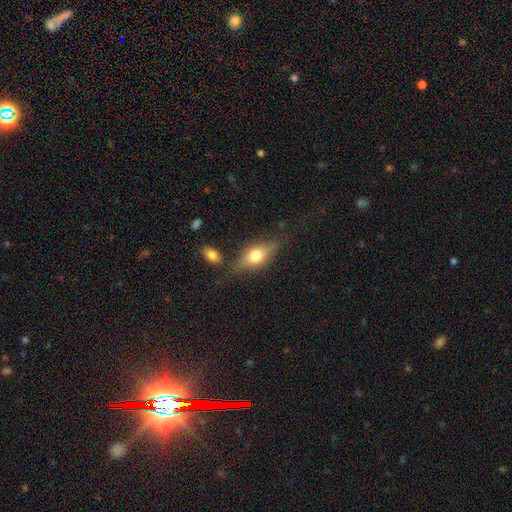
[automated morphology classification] Smooth or featured? smooth (55%)
How rounded? in between (73%)
Merging? none (69%)